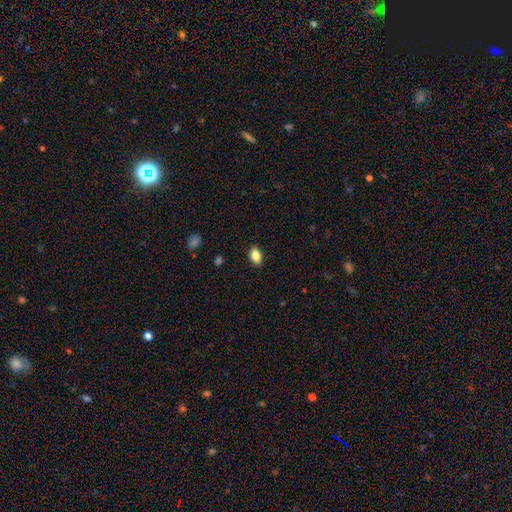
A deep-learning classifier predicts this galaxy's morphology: The model was most divided on "smooth or featured": smooth: 84%, star or artifact: 8%, featured or disk: 8%. More confident: how rounded — in between (87%); merging — none (87%).